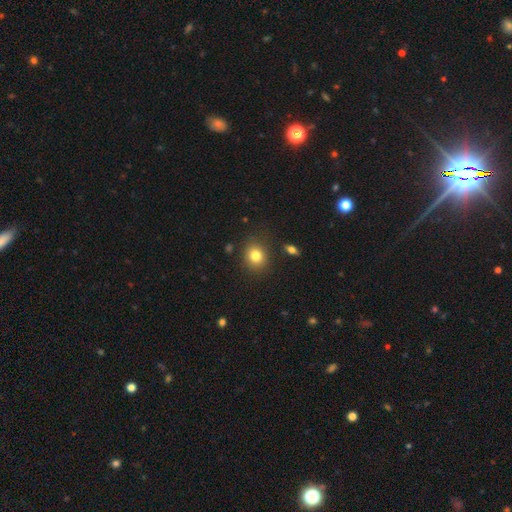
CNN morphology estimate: Smooth or featured?
  - smooth: 81% *
  - star or artifact: 11%
  - featured or disk: 7%
How rounded?
  - round: 75% *
  - in between: 24%
  - cigar-shaped: 1%
Merging?
  - none: 85% *
  - minor disturbance: 9%
  - major disturbance: 3%
  - merger: 2%